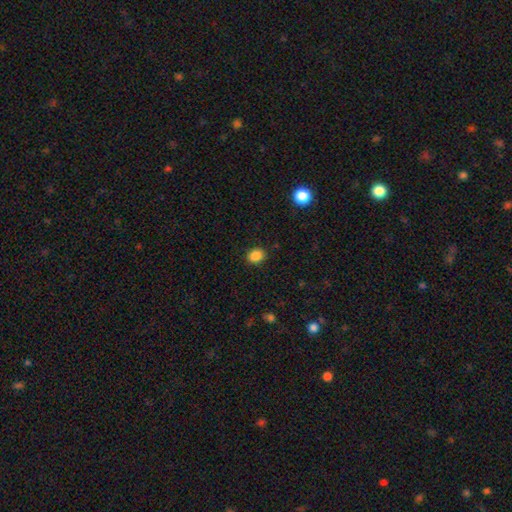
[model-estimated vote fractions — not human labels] smooth_or_featured: smooth (p=0.86) [alt: star or artifact p=0.10]
how_rounded: round (p=0.58) [alt: in between p=0.41]
merging: none (p=0.89) [alt: minor disturbance p=0.08]